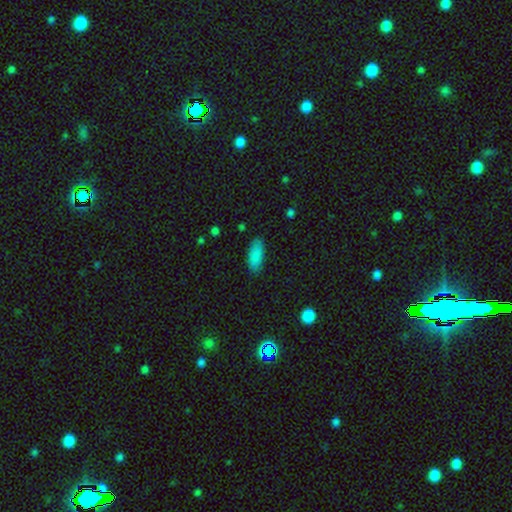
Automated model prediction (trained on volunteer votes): The model was most divided on "how rounded": in between: 80%, cigar-shaped: 18%, round: 2%. More confident: smooth or featured — smooth (88%); merging — none (85%).